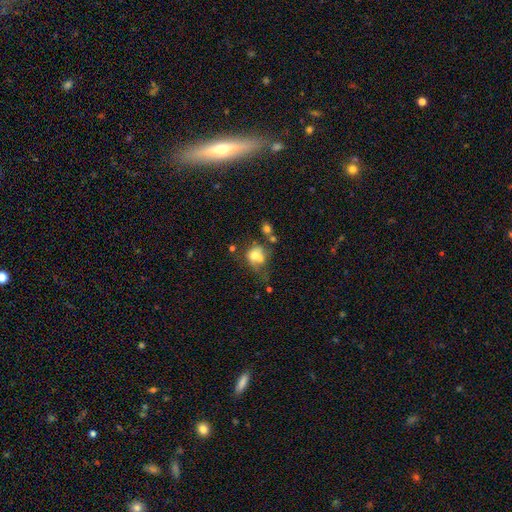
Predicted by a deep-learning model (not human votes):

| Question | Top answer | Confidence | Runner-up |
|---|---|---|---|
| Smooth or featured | smooth | 66% | featured or disk (22%) |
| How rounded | round | 62% | in between (37%) |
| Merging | merger | 39% | none (29%) |